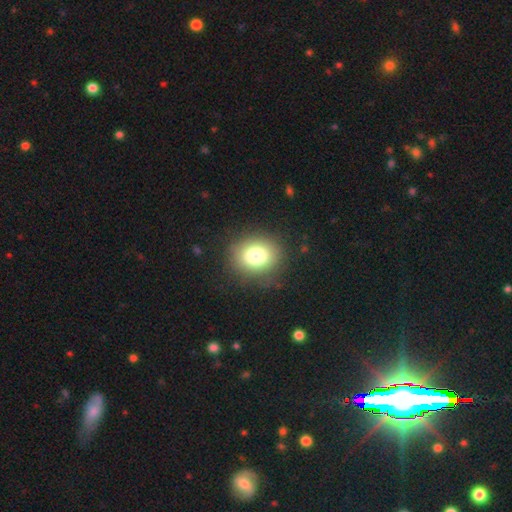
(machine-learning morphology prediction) Smooth or featured? smooth (80%)
How rounded? round (62%)
Merging? none (84%)